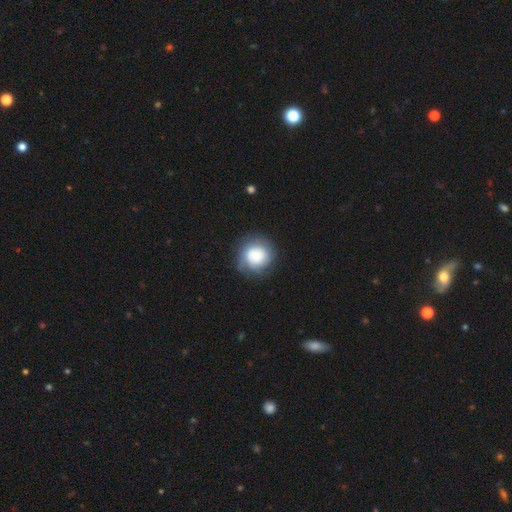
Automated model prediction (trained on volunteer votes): smooth_or_featured: smooth (p=0.74) [alt: featured or disk p=0.17]
how_rounded: round (p=0.90) [alt: in between p=0.09]
merging: none (p=0.72) [alt: minor disturbance p=0.18]